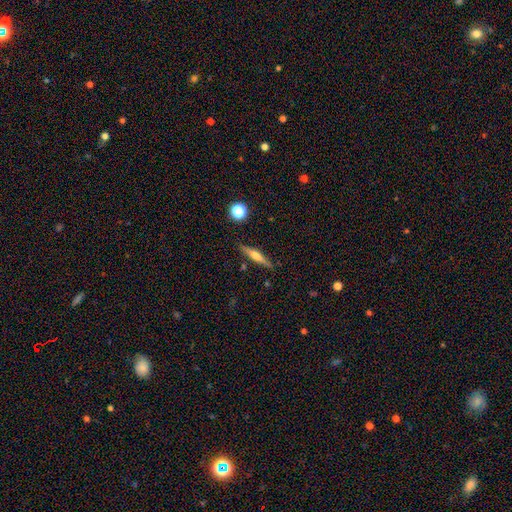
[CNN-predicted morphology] Smooth or featured?
  - featured or disk: 52% *
  - smooth: 41%
  - star or artifact: 8%
Edge-on disk?
  - yes: 95% *
  - no: 5%
Merging?
  - none: 86% *
  - minor disturbance: 9%
  - merger: 2%
  - major disturbance: 2%